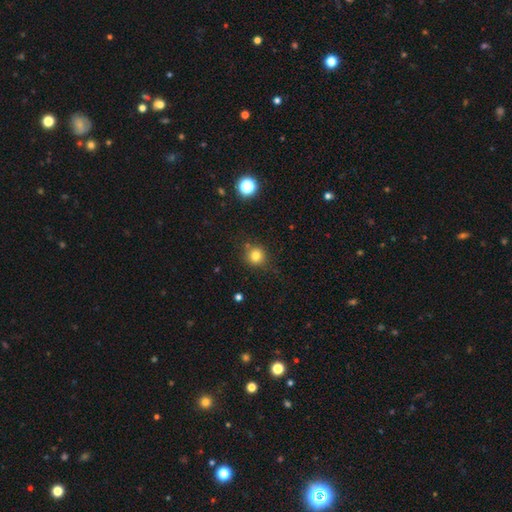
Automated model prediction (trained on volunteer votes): Morphology: type=smooth (80%); roundness=round (92%); merging=none (81%).